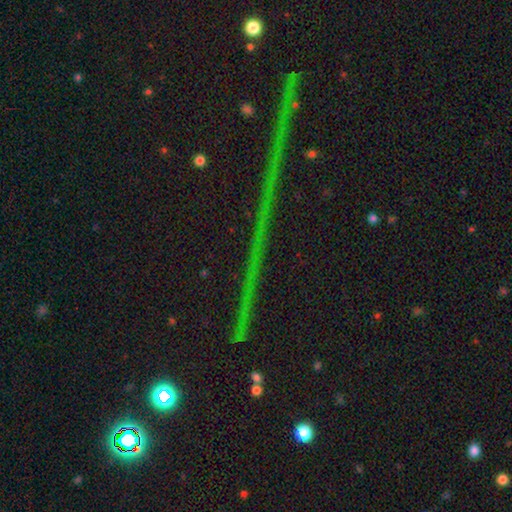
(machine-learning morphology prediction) Smooth or featured? star or artifact (79%)